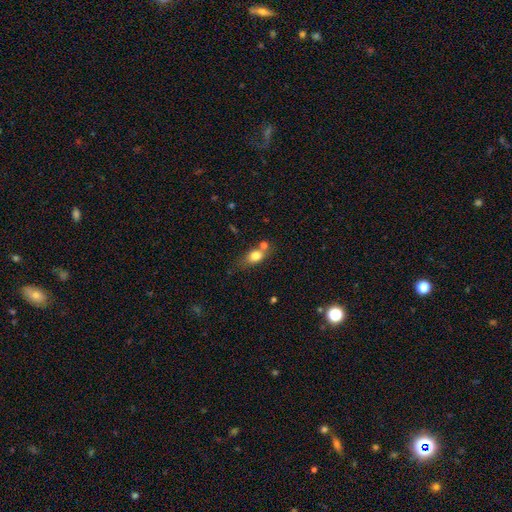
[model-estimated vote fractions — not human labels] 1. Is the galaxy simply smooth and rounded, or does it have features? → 79% smooth, 12% featured or disk, 9% star or artifact.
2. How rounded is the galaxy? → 67% in between, 27% round, 6% cigar-shaped.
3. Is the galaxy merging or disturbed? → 49% none, 27% merger, 18% minor disturbance, 7% major disturbance.